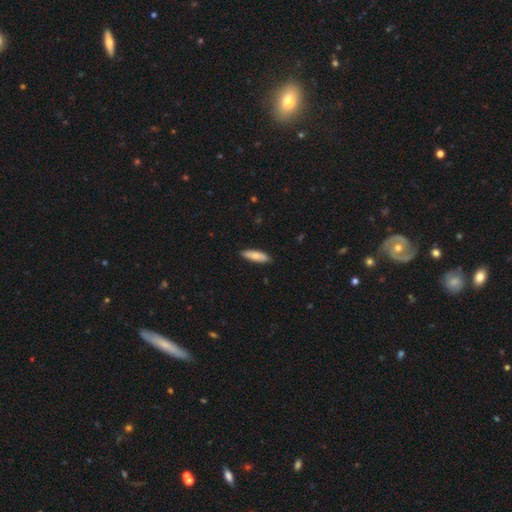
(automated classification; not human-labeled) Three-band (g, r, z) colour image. It shows a smooth galaxy with no disk features (76%) that is cigar-shaped (56%). Merging: none (87%).